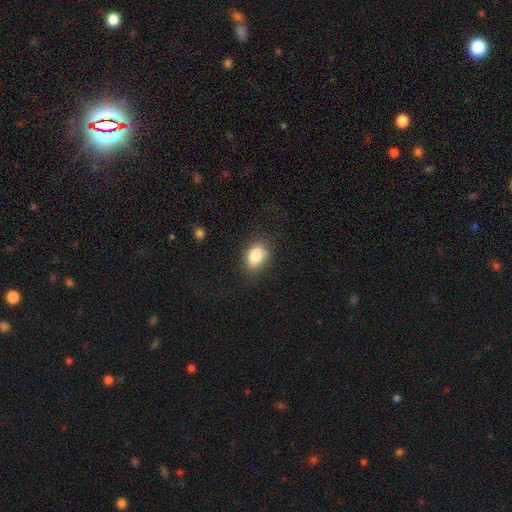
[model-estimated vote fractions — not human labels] smooth 84%, star or artifact 9%, featured or disk 8%. Down the decision tree: how rounded — in between (82%); merging — none (79%).